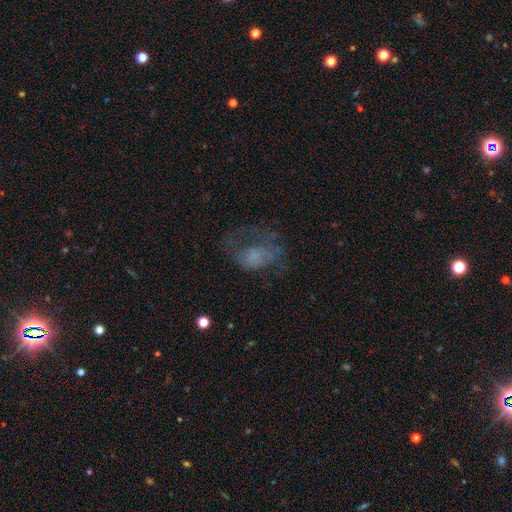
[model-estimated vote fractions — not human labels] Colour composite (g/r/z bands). It shows a smooth galaxy with no disk features (44%). Merging: major disturbance (44%).